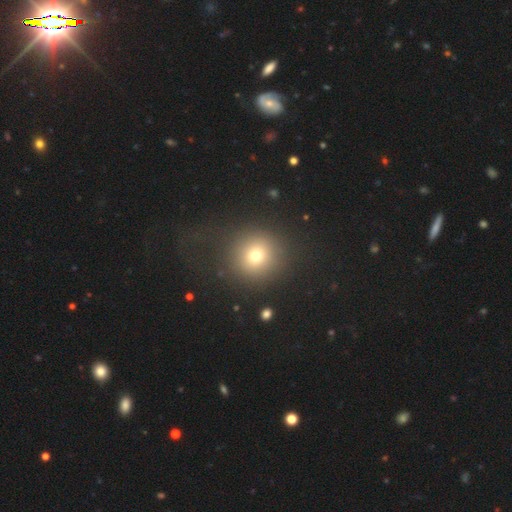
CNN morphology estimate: Overall: smooth (73%). How rounded: round (93%). Merging: none (84%).